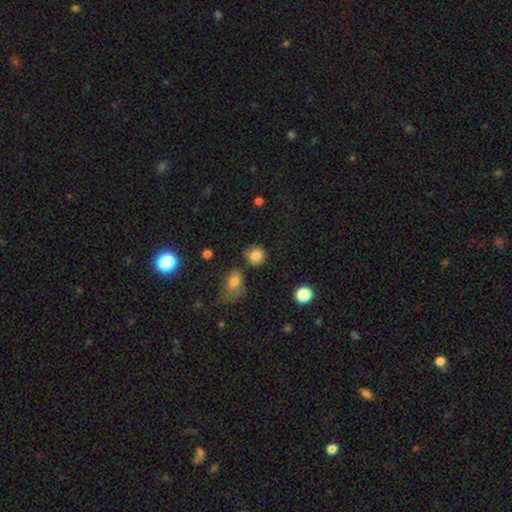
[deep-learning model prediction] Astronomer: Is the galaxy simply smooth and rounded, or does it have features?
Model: smooth — 84%.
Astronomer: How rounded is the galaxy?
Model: round — 87%.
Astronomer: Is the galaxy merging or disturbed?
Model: none — 70%.